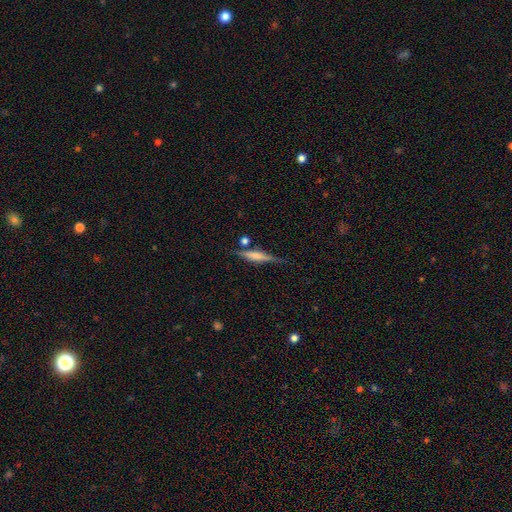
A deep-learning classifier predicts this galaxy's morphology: A featured or disk galaxy (52%) viewed edge-on (95%). Merging: none (73%).